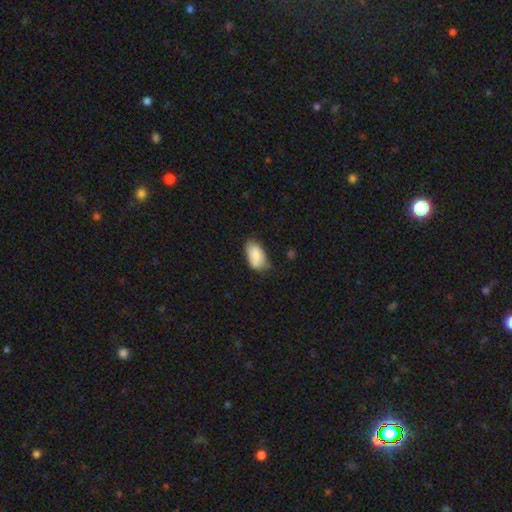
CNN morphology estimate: The model was most divided on "merging": none: 56%, minor disturbance: 34%, major disturbance: 7%, merger: 3%. More confident: how rounded — in between (94%); smooth or featured — smooth (82%).